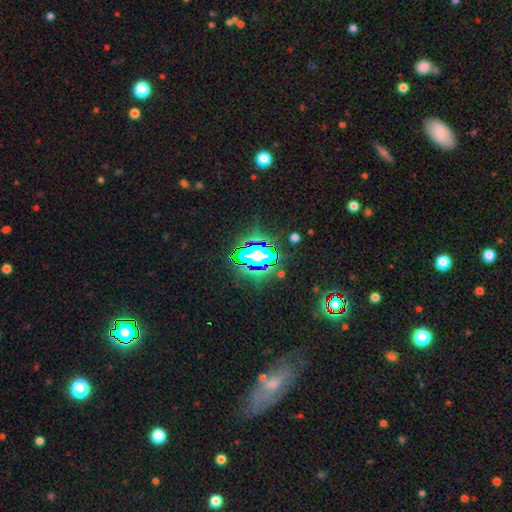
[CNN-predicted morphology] Smooth or featured?
  - star or artifact: 61% *
  - smooth: 23%
  - featured or disk: 15%